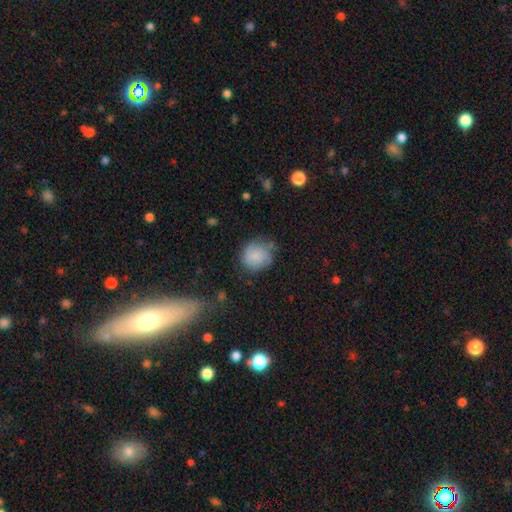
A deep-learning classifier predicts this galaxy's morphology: Smooth or featured? smooth (80%)
How rounded? round (82%)
Merging? none (63%)